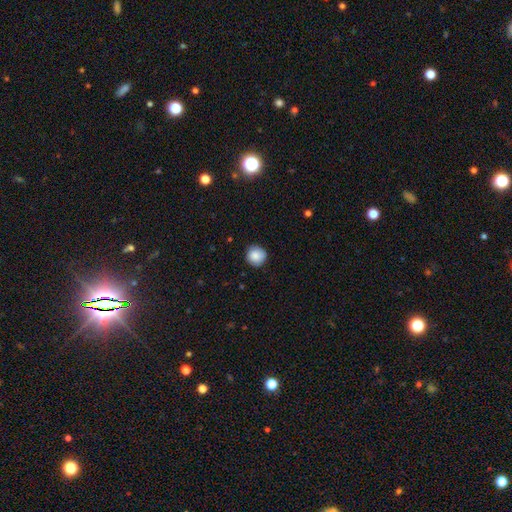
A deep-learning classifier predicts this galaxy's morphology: A smooth galaxy with no disk features (87%) that is round (93%).

Vote fractions:
- Smooth or featured? smooth: 87% / star or artifact: 8% / featured or disk: 5%
- How rounded? round: 93% / in between: 6% / cigar-shaped: 1%
- Merging? none: 87% / minor disturbance: 10% / major disturbance: 2% / merger: 1%